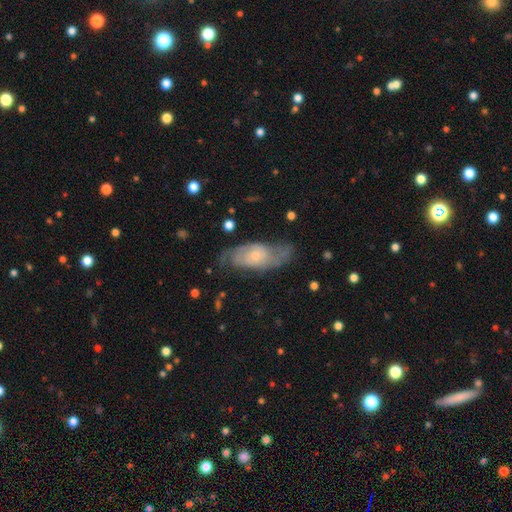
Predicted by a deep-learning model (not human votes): A featured or disk galaxy (75%) with no bar (70%), 2 (73%) medium (43%) spiral arms (89%) and a small central bulge (62%). Merging: none (65%).